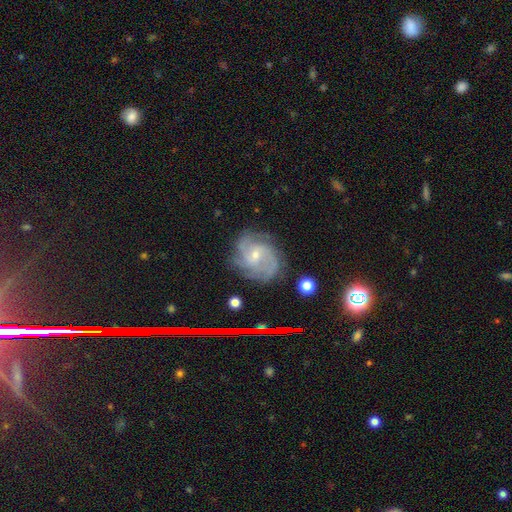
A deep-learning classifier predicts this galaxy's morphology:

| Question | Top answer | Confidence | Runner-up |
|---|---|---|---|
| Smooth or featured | featured or disk | 81% | smooth (11%) |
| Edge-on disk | no | 97% | yes (3%) |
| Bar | no | 50% | weak (42%) |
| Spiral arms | yes | 95% | no (5%) |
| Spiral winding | medium | 45% | tight (39%) |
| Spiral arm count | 3 | 29% | can't tell (24%) |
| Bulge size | small | 67% | moderate (29%) |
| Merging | none | 72% | minor disturbance (19%) |